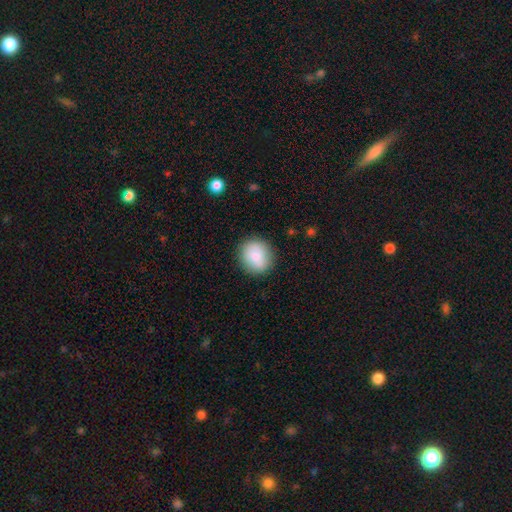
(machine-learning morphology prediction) smooth 83%, featured or disk 10%, star or artifact 7%. Down the decision tree: how rounded — round (83%); merging — none (87%).